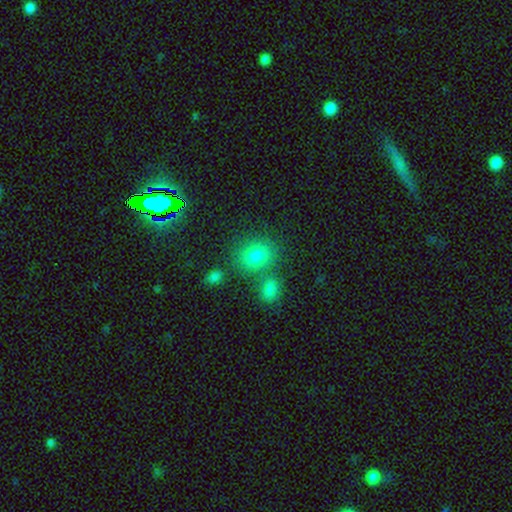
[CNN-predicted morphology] type=smooth (80%); roundness=round (60%); merging=none (65%).